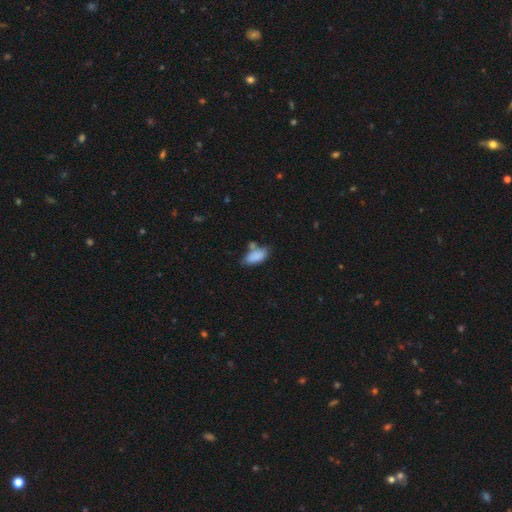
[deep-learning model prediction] Smooth or featured? smooth (85%)
How rounded? in between (87%)
Merging? none (54%)